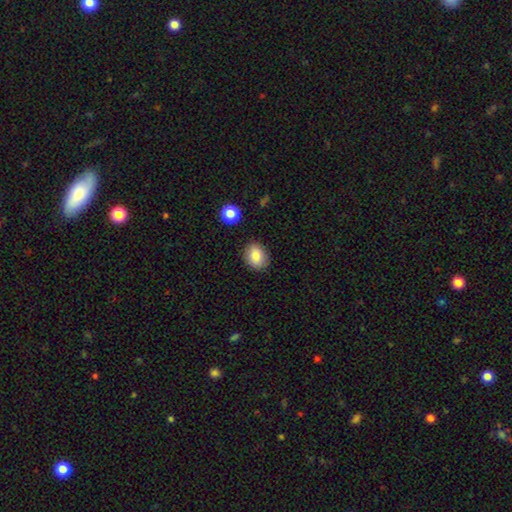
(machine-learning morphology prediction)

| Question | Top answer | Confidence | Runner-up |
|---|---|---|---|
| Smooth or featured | smooth | 86% | star or artifact (8%) |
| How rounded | in between | 59% | round (40%) |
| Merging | none | 85% | minor disturbance (10%) |